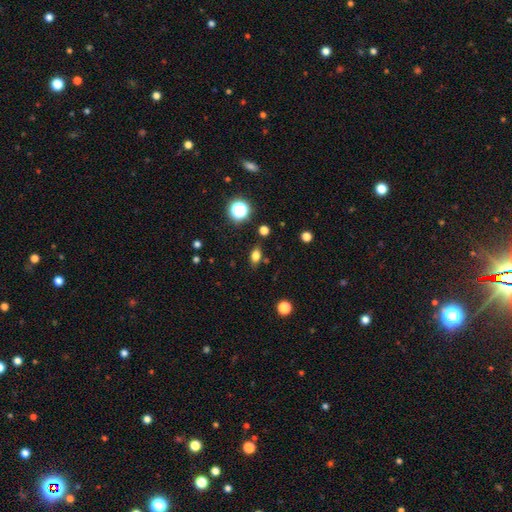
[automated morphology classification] This appears to be a smooth galaxy with no disk features (76%) that is in between round and cigar-shaped (76%). Merging: none (83%).